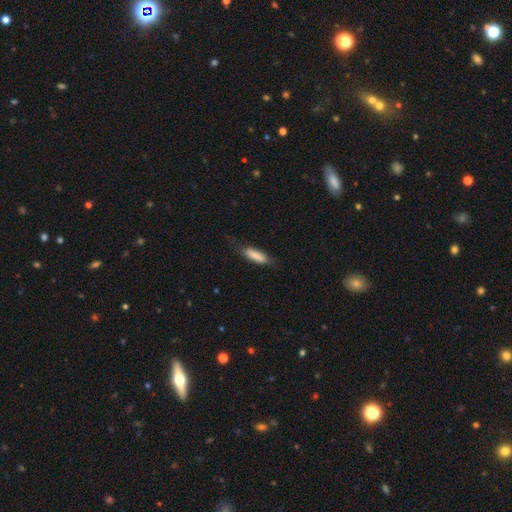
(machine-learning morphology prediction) Overall: smooth (81%). How rounded: cigar-shaped (52%; in between 46%). Merging: none (62%; minor disturbance 26%).